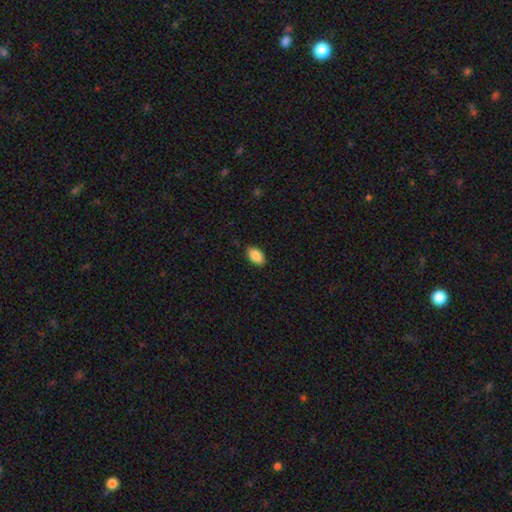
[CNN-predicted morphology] smooth-or-featured: smooth: 89% | star or artifact: 7% | featured or disk: 4%
  how-rounded: in between: 93% | round: 5% | cigar-shaped: 2%
  merging: none: 87% | minor disturbance: 10% | major disturbance: 2% | merger: 1%